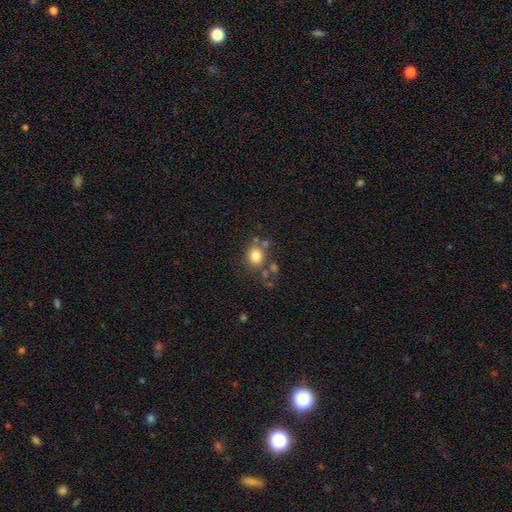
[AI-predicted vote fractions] This is likely a smooth galaxy (79%). How rounded: likely round (73%). Merging: likely none (69%).